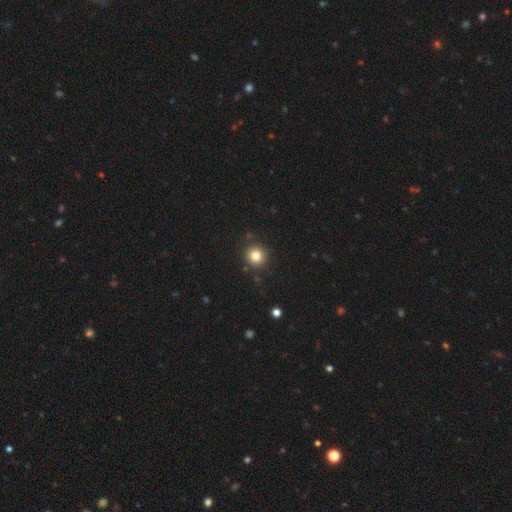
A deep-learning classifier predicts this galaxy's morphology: Smooth or featured? Predicted: smooth (p=0.81). How rounded? Predicted: round (p=0.93). Merging? Predicted: none (p=0.89).